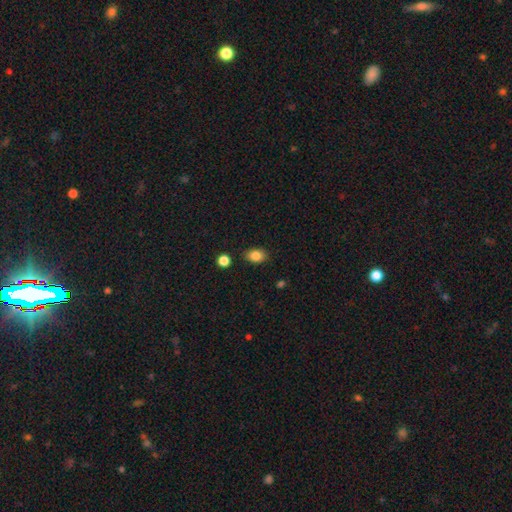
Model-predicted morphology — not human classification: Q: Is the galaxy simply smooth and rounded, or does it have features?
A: smooth — 84%.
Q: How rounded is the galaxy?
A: in between — 78%.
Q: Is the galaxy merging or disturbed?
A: none — 85%.